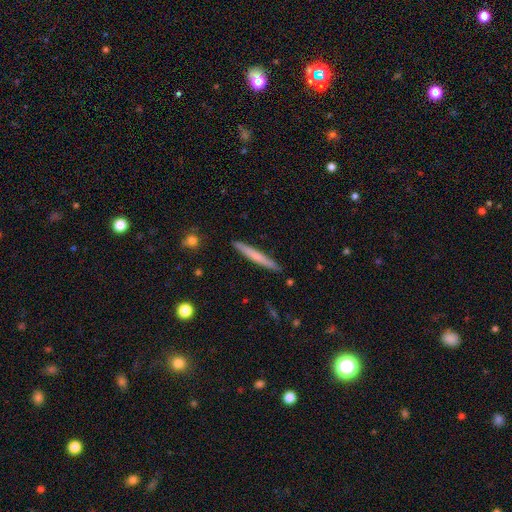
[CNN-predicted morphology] Smooth or featured? Predicted: smooth (p=0.62). How rounded? Predicted: cigar-shaped (p=0.96). Merging? Predicted: none (p=0.90).